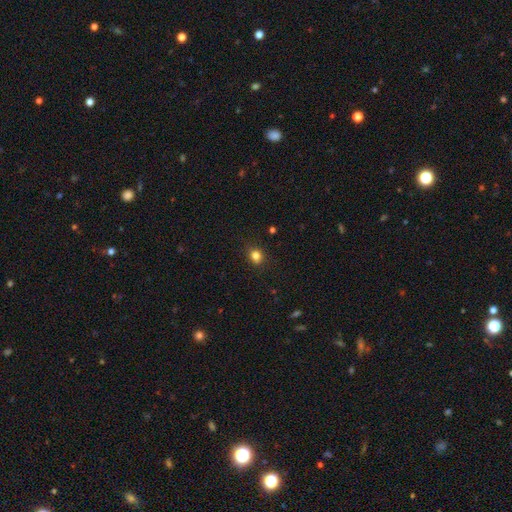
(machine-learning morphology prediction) type=smooth (81%); roundness=round (71%); merging=none (84%).